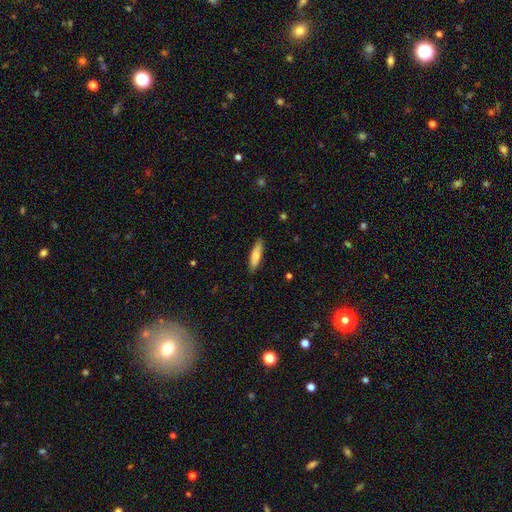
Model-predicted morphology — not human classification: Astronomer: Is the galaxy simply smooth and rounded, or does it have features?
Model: smooth — 78%.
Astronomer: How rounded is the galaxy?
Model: cigar-shaped — 69%.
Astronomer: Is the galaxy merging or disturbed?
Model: none — 87%.